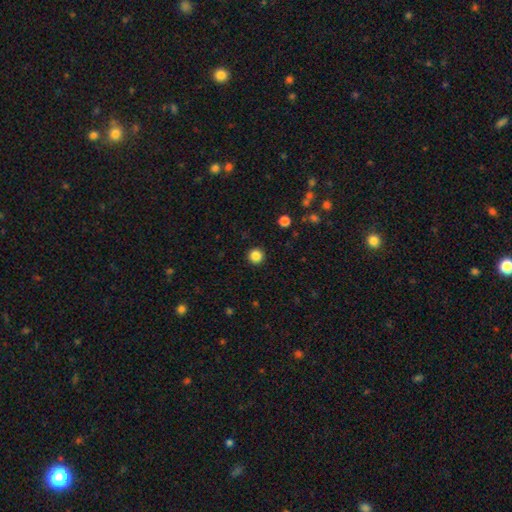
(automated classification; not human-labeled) Smooth or featured? Predicted: smooth (p=0.86). How rounded? Predicted: round (p=0.96). Merging? Predicted: none (p=0.93).